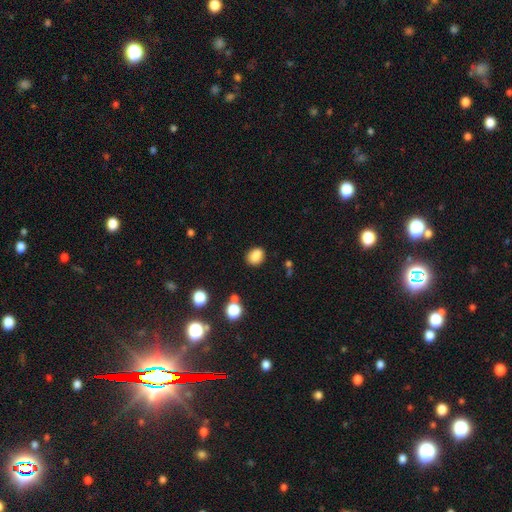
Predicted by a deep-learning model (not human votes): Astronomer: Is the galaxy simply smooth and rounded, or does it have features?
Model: smooth — 85%.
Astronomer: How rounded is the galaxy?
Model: in between — 57% (runner-up: round, 42%).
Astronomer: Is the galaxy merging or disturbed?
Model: none — 81%.